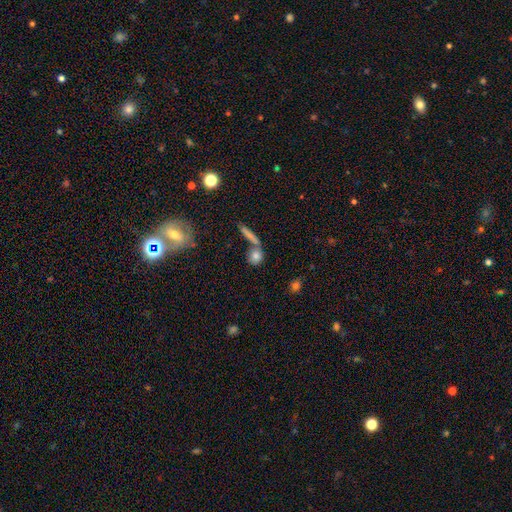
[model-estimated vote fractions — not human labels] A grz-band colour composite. It shows a smooth galaxy with no disk features (78%) that is round (71%). Merging: none (59%).